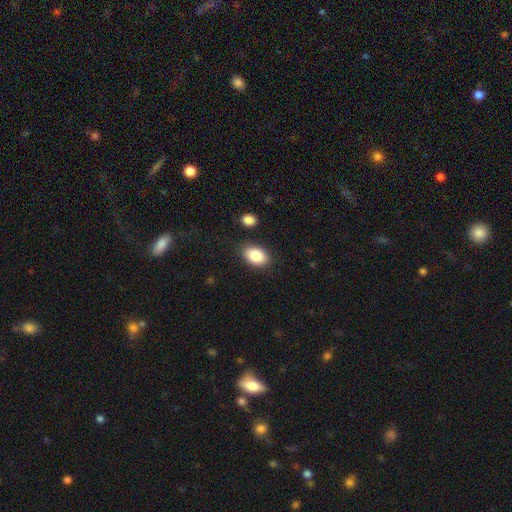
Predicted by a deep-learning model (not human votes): Smooth or featured?
  - smooth: 86% *
  - star or artifact: 7%
  - featured or disk: 7%
How rounded?
  - in between: 88% *
  - round: 11%
  - cigar-shaped: 1%
Merging?
  - none: 83% *
  - minor disturbance: 11%
  - merger: 3%
  - major disturbance: 3%